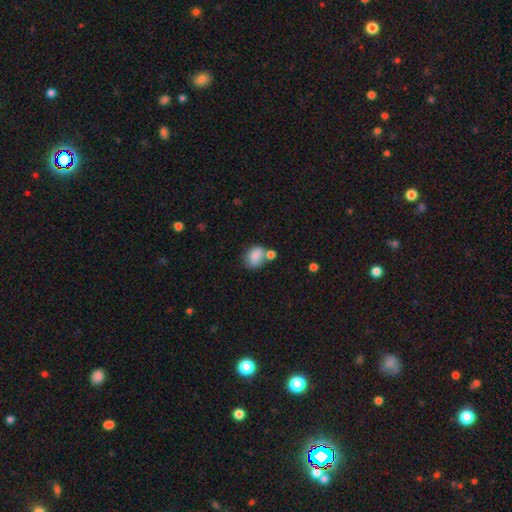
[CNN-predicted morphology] Smooth or featured?
  - smooth: 81% *
  - featured or disk: 10%
  - star or artifact: 9%
How rounded?
  - in between: 63% *
  - round: 35%
  - cigar-shaped: 1%
Merging?
  - none: 40% *
  - merger: 33%
  - minor disturbance: 19%
  - major disturbance: 8%